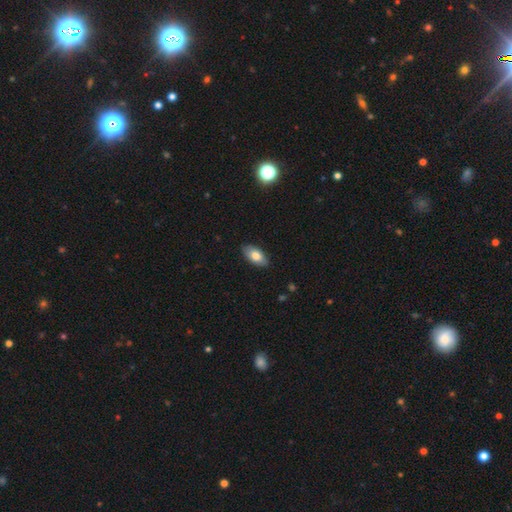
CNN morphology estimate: The model was most divided on "smooth or featured": smooth: 79%, featured or disk: 15%, star or artifact: 7%. More confident: how rounded — in between (93%); merging — none (87%).